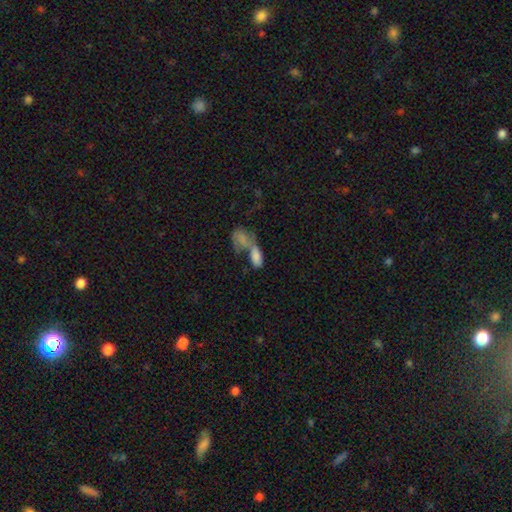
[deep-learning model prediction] Smooth or featured? smooth (74%)
How rounded? in between (87%)
Merging? merger (69%)